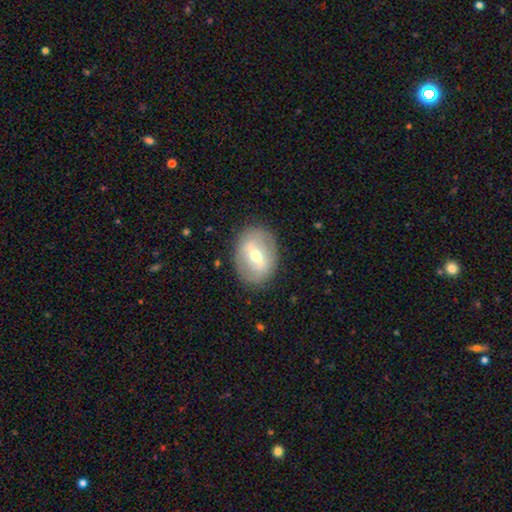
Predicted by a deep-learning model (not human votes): Smooth or featured?
  - featured or disk: 57% *
  - smooth: 36%
  - star or artifact: 7%
Edge-on disk?
  - no: 90% *
  - yes: 10%
Bar?
  - strong: 42% *
  - weak: 40%
  - no: 18%
Spiral arms?
  - no: 71% *
  - yes: 29%
Bulge size?
  - moderate: 66% *
  - small: 27%
  - large: 5%
  - dominant: 1%
  - none: 1%
Merging?
  - none: 83% *
  - minor disturbance: 11%
  - major disturbance: 4%
  - merger: 1%